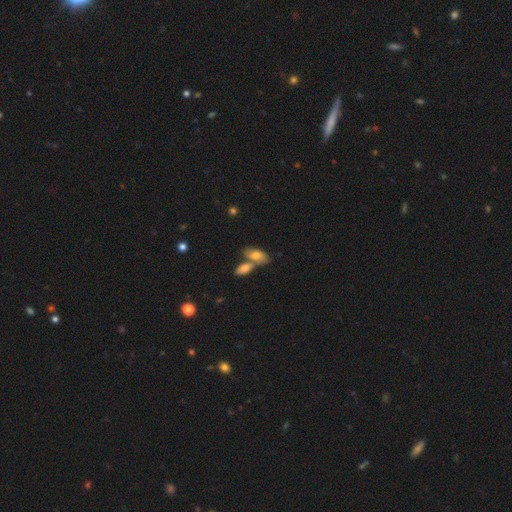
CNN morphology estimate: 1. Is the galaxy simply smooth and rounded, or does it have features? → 71% smooth, 21% featured or disk, 8% star or artifact.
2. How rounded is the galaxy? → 88% in between, 8% cigar-shaped, 5% round.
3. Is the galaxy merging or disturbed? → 48% merger, 37% none, 11% minor disturbance, 4% major disturbance.